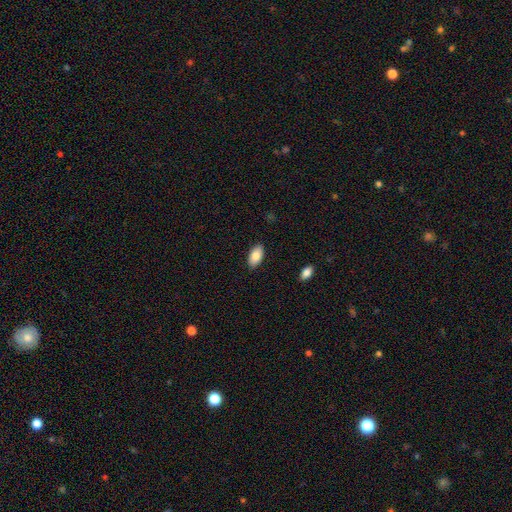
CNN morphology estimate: Smooth or featured?
  - smooth: 83% *
  - featured or disk: 11%
  - star or artifact: 7%
How rounded?
  - in between: 94% *
  - cigar-shaped: 4%
  - round: 3%
Merging?
  - none: 88% *
  - minor disturbance: 9%
  - major disturbance: 2%
  - merger: 1%